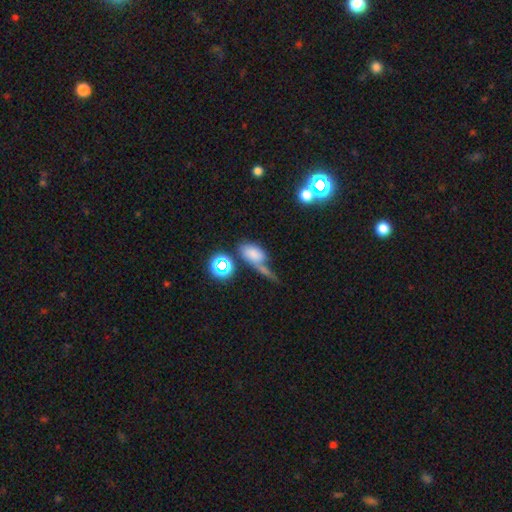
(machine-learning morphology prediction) smooth-or-featured: smooth: 67% | star or artifact: 17% | featured or disk: 15%
  how-rounded: in between: 78% | round: 16% | cigar-shaped: 6%
  merging: merger: 33% | none: 31% | major disturbance: 19% | minor disturbance: 17%